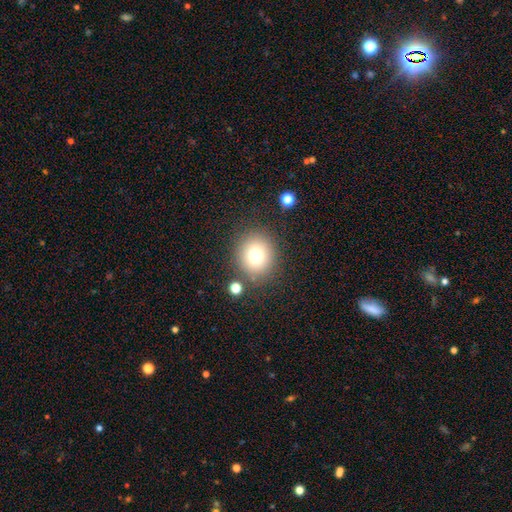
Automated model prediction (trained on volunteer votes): This appears to be a smooth galaxy with no disk features (75%) that is round (82%). Merging: none (83%).